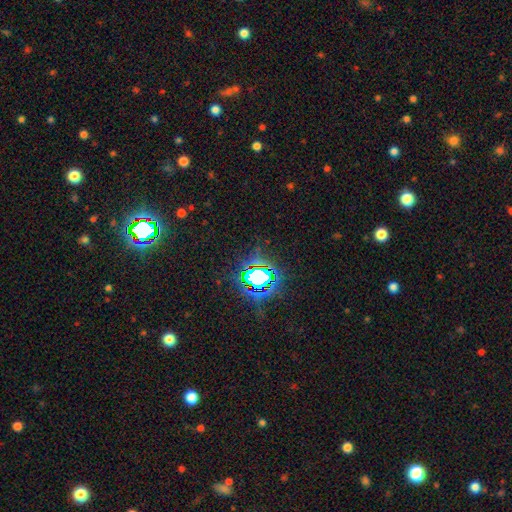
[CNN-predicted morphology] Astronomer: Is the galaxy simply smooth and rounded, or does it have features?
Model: star or artifact — 82%.